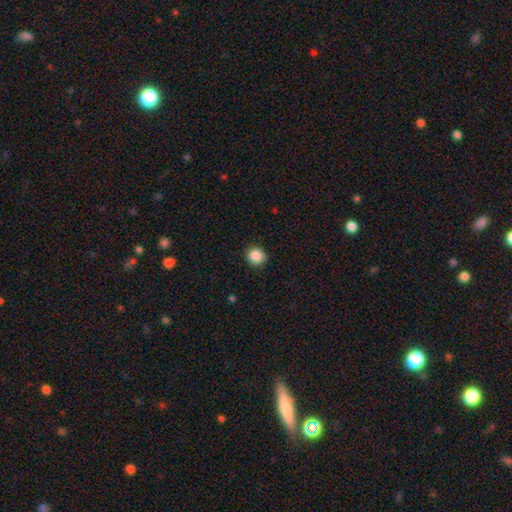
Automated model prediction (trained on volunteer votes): Smooth or featured: smooth — 88% (star or artifact — 9%)
How rounded: round — 85% (in between — 14%)
Merging: none — 90% (minor disturbance — 7%)